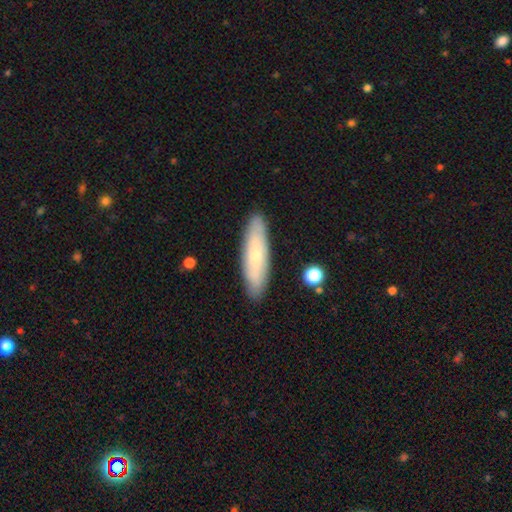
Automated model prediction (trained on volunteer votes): Smooth or featured? Predicted: smooth (p=0.62). How rounded? Predicted: cigar-shaped (p=0.66). Merging? Predicted: none (p=0.88).